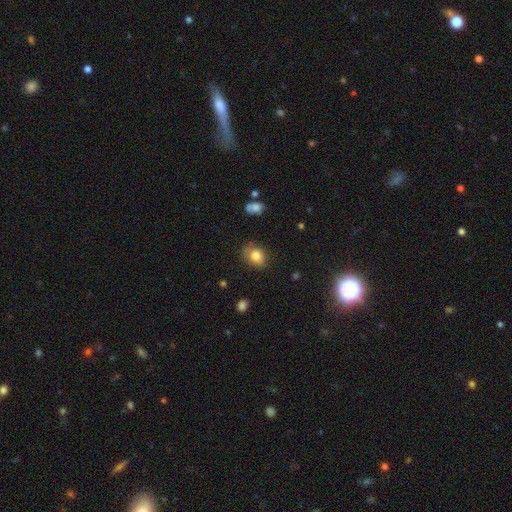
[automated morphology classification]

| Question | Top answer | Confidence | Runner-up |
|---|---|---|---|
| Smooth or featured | smooth | 80% | star or artifact (10%) |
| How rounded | round | 52% | in between (47%) |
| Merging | none | 72% | minor disturbance (21%) |